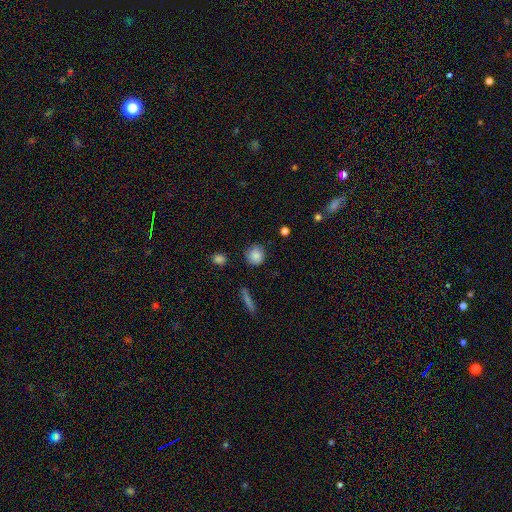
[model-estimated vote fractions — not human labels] smooth 85%, star or artifact 9%, featured or disk 6%. Down the decision tree: how rounded — round (87%); merging — none (81%).